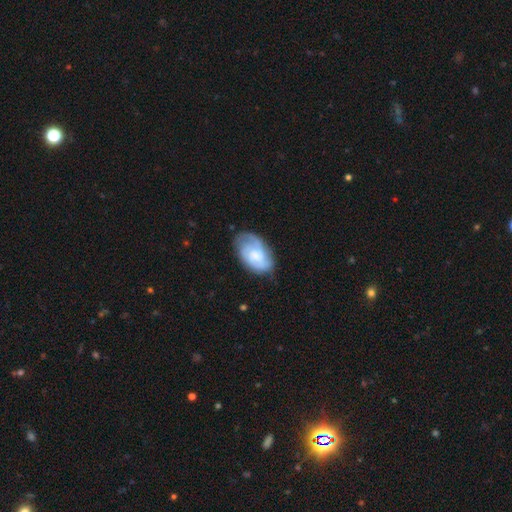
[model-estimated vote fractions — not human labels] smooth_or_featured: featured or disk (p=0.56) [alt: smooth p=0.38]
disk_edge_on: no (p=0.96) [alt: yes p=0.04]
bar: no (p=0.68) [alt: weak p=0.28]
has_spiral_arms: yes (p=0.85) [alt: no p=0.15]
bulge_size: small (p=0.35) [alt: moderate p=0.31]
merging: none (p=0.59) [alt: minor disturbance p=0.28]